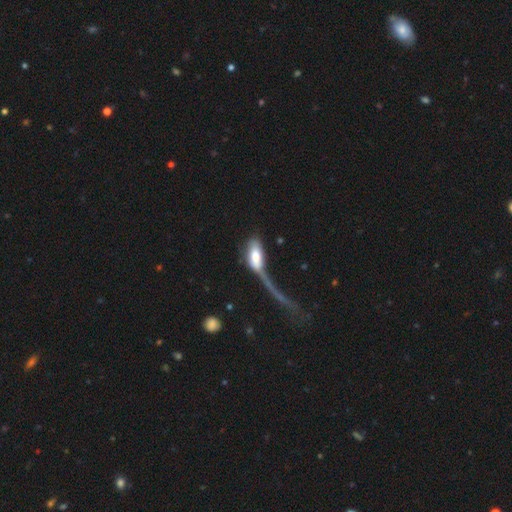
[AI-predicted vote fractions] Smooth or featured? Predicted: smooth (p=0.65). How rounded? Predicted: in between (p=0.87). Merging? Predicted: major disturbance (p=0.49).